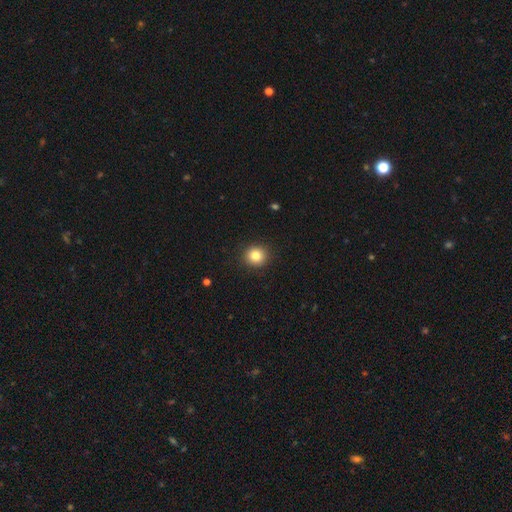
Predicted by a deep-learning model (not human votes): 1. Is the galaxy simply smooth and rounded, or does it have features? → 82% smooth, 11% star or artifact, 7% featured or disk.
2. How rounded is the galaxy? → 89% round, 10% in between, 1% cigar-shaped.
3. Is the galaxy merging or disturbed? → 92% none, 6% minor disturbance, 2% major disturbance, 1% merger.